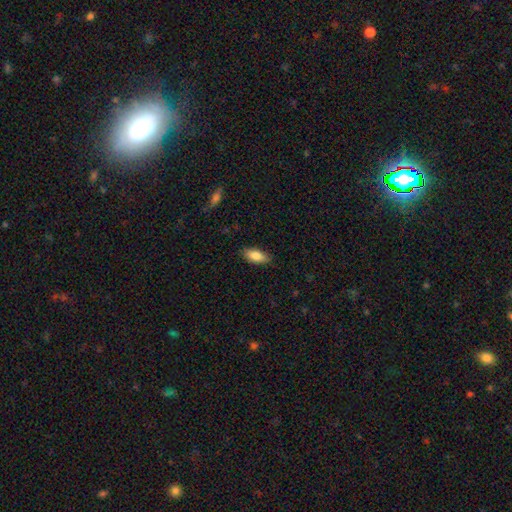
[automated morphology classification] This appears to be a smooth galaxy with no disk features (85%) that is in between round and cigar-shaped (85%). Merging: none (87%).